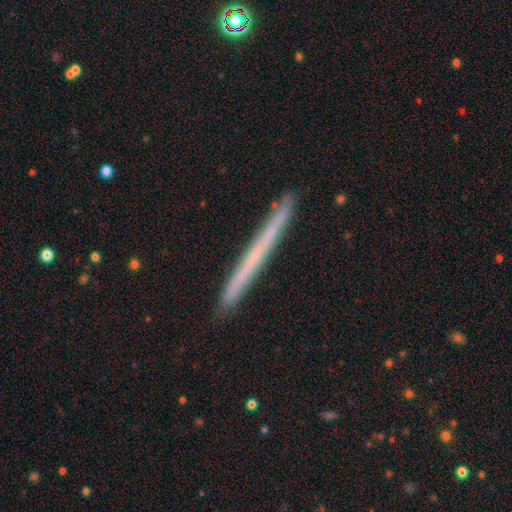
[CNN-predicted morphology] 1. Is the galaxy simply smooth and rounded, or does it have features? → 48% featured or disk, 45% smooth, 7% star or artifact.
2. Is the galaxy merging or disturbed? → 91% none, 7% minor disturbance, 1% major disturbance, 1% merger.